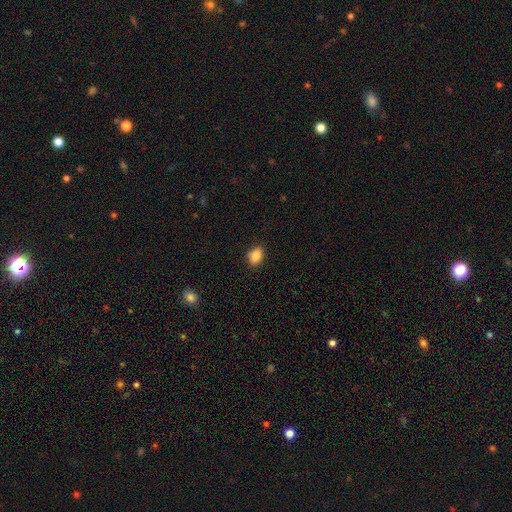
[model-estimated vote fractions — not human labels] Smooth or featured? smooth (86%)
How rounded? in between (73%)
Merging? none (83%)